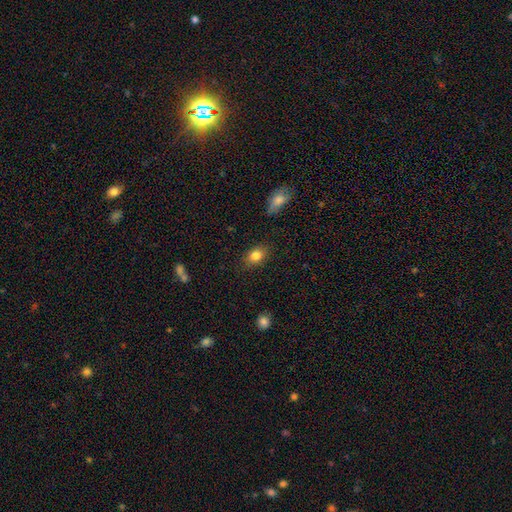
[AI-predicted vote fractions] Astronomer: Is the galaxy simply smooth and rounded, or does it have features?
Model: smooth — 83%.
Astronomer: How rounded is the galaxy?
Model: in between — 72%.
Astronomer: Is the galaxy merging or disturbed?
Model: none — 84%.